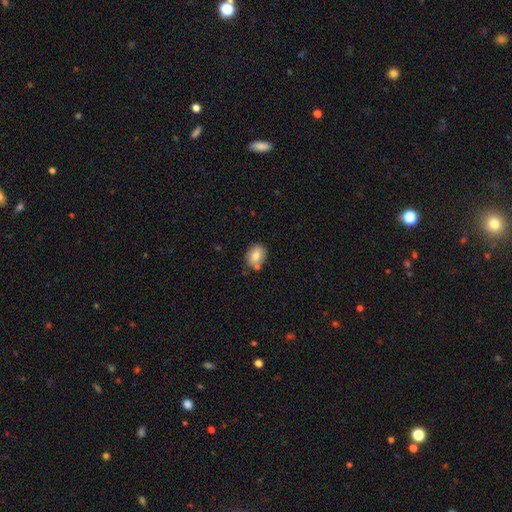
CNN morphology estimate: Smooth or featured: smooth — 78% (featured or disk — 14%)
How rounded: in between — 56% (round — 43%)
Merging: none — 72% (minor disturbance — 14%)